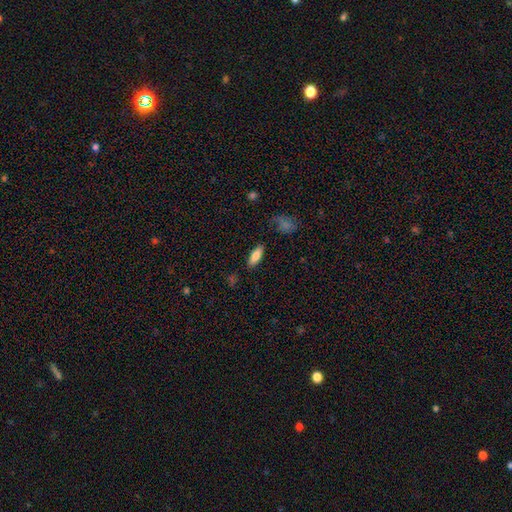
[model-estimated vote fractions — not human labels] smooth_or_featured: smooth (p=0.79) [alt: featured or disk p=0.14]
how_rounded: in between (p=0.74) [alt: cigar-shaped p=0.24]
merging: none (p=0.86) [alt: minor disturbance p=0.10]